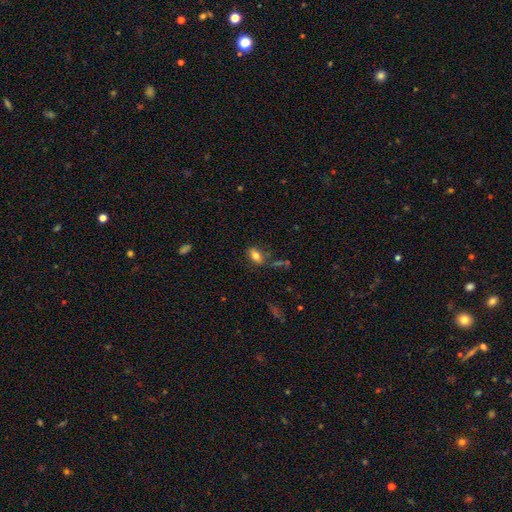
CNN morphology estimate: A smooth galaxy with no disk features (77%) that is in between round and cigar-shaped (86%).

Vote fractions:
- Smooth or featured? smooth: 77% / featured or disk: 13% / star or artifact: 10%
- How rounded? in between: 86% / round: 8% / cigar-shaped: 6%
- Merging? none: 69% / minor disturbance: 18% / major disturbance: 7% / merger: 6%